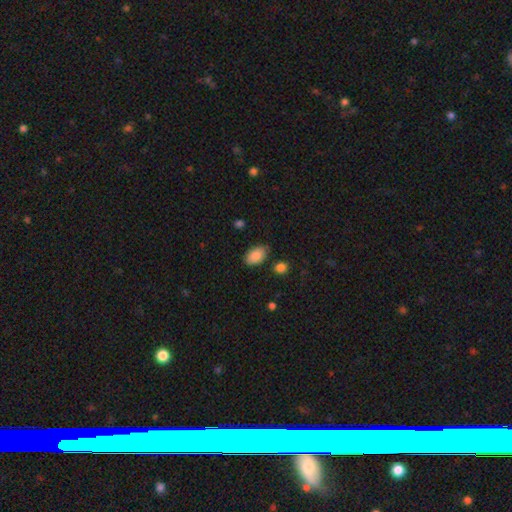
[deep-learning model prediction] smooth-or-featured: smooth: 88% | star or artifact: 7% | featured or disk: 5%
  how-rounded: in between: 92% | round: 7% | cigar-shaped: 1%
  merging: none: 80% | minor disturbance: 14% | major disturbance: 3% | merger: 2%